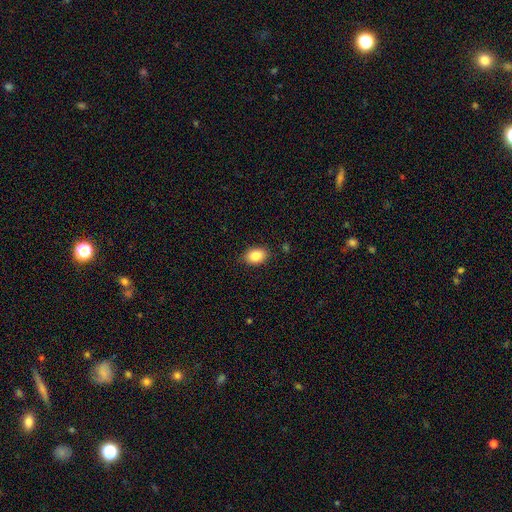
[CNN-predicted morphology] smooth_or_featured: smooth (p=0.86) [alt: star or artifact p=0.08]
how_rounded: in between (p=0.79) [alt: round p=0.20]
merging: none (p=0.86) [alt: minor disturbance p=0.11]